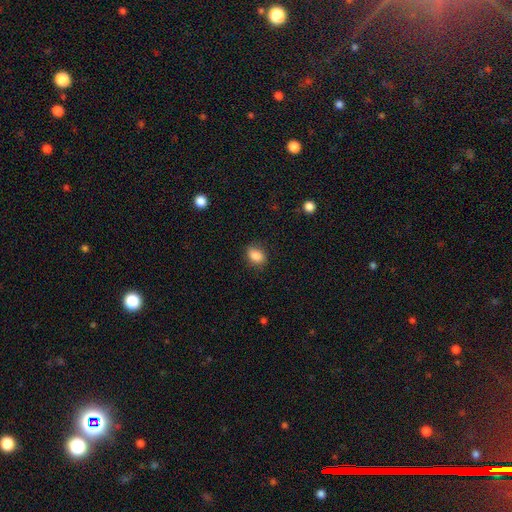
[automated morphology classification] A smooth galaxy with no disk features (85%) that is in between round and cigar-shaped (63%).

Vote fractions:
- Smooth or featured? smooth: 85% / star or artifact: 9% / featured or disk: 6%
- How rounded? in between: 63% / round: 36% / cigar-shaped: 1%
- Merging? none: 80% / minor disturbance: 15% / major disturbance: 4% / merger: 1%